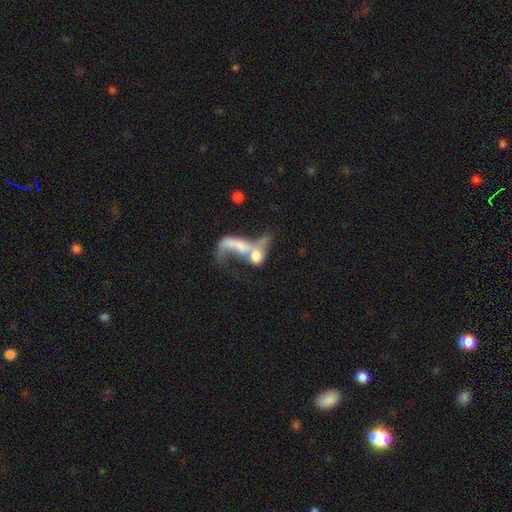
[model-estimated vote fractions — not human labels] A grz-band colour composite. It shows a smooth galaxy with no disk features (46%). Merging: merger (68%).